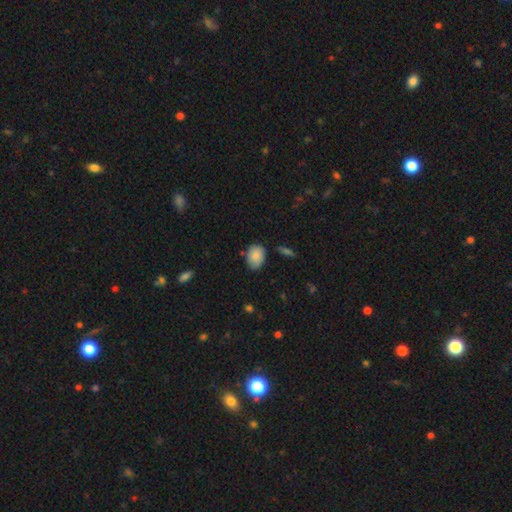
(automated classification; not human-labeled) smooth 83%, featured or disk 10%, star or artifact 7%. Down the decision tree: how rounded — in between (73%); merging — none (69%).